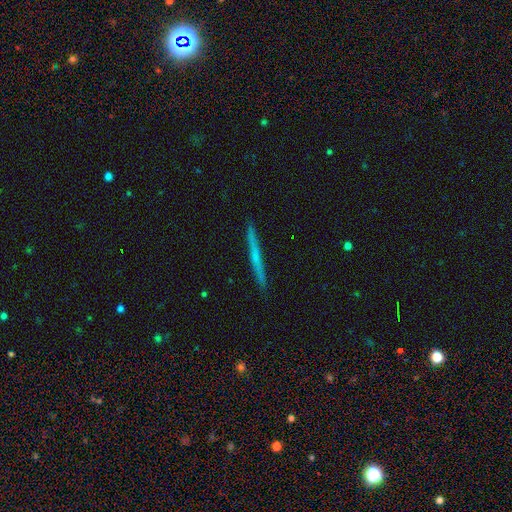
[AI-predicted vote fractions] Smooth or featured?
  - featured or disk: 57% *
  - smooth: 37%
  - star or artifact: 7%
Edge-on disk?
  - yes: 98% *
  - no: 2%
Edge-on bulge?
  - none: 76% *
  - rounded: 19%
  - boxy: 5%
Merging?
  - none: 92% *
  - minor disturbance: 5%
  - major disturbance: 1%
  - merger: 1%